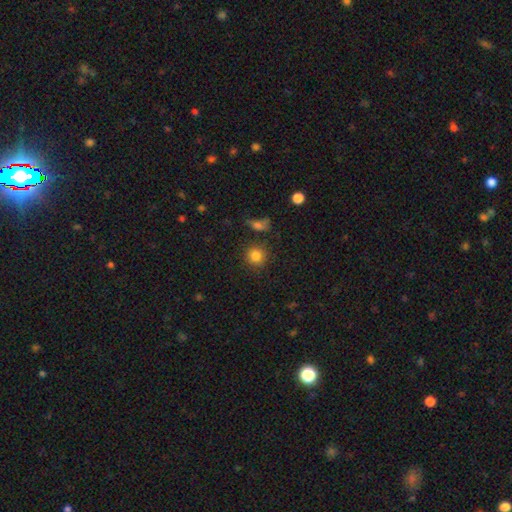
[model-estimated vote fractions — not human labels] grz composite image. It shows a smooth galaxy with no disk features (83%) that is round (91%). Merging: none (83%).